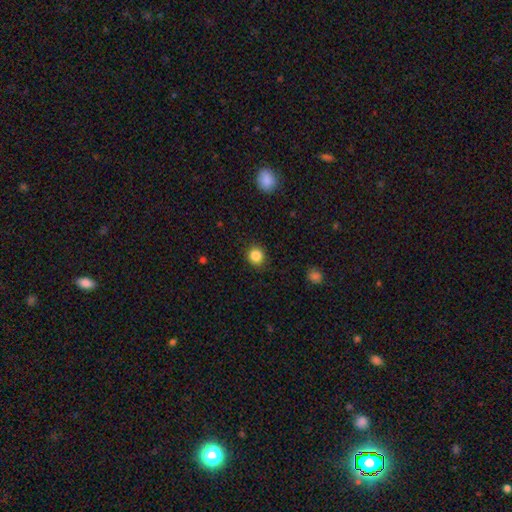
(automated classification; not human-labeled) A smooth galaxy with no disk features (86%) that is round (89%).

Vote fractions:
- Smooth or featured? smooth: 86% / star or artifact: 10% / featured or disk: 4%
- How rounded? round: 89% / in between: 10% / cigar-shaped: 1%
- Merging? none: 89% / minor disturbance: 8% / major disturbance: 2% / merger: 1%